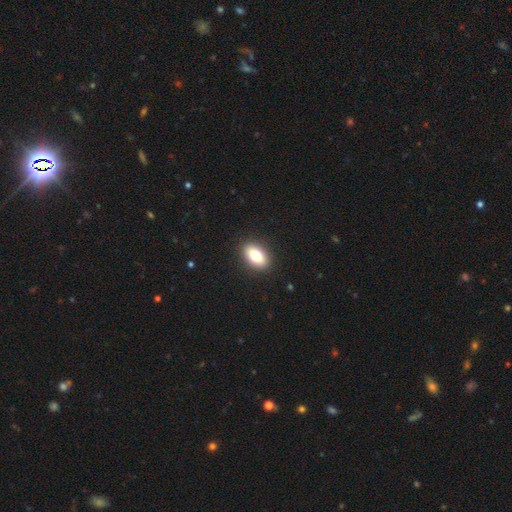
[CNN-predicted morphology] Smooth or featured? smooth (79%)
How rounded? in between (88%)
Merging? none (90%)